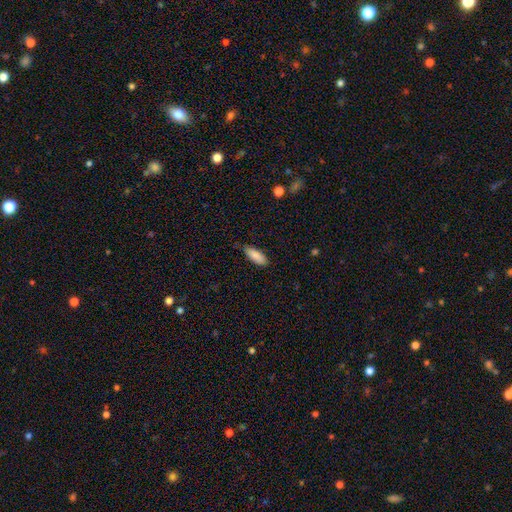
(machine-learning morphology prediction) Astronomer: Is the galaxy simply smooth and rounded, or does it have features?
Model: smooth — 86%.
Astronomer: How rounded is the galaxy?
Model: in between — 71%.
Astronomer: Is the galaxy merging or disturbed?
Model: none — 70%.